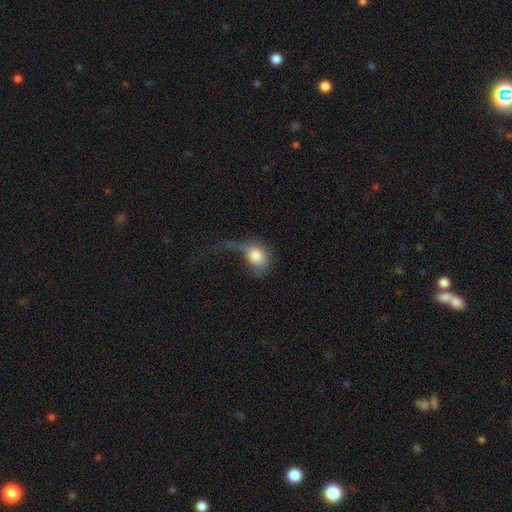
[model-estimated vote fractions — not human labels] A smooth galaxy with no disk features (74%) that is in between round and cigar-shaped (50%). Merging: major disturbance (63%).